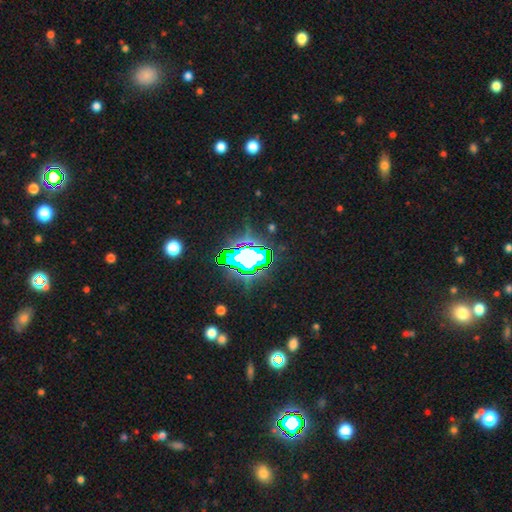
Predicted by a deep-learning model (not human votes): This is clearly a star or artifact rather than a galaxy (82%).